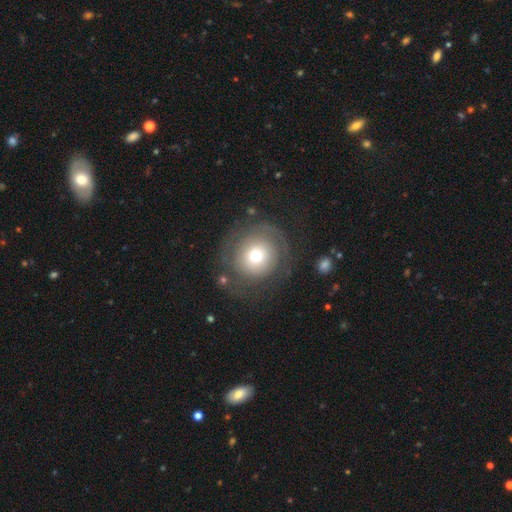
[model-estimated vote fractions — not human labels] Overall: smooth (52%; featured or disk 38%). How rounded: round (92%). Merging: none (67%).